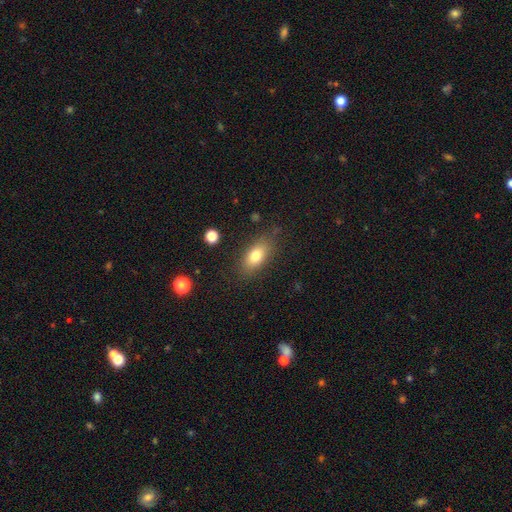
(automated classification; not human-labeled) Morphology: type=smooth (76%); roundness=in between (82%); merging=none (79%).